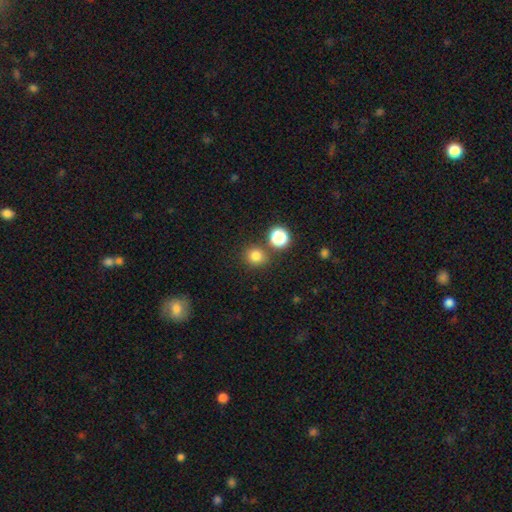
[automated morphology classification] Overall: smooth (79%). How rounded: round (88%). Merging: none (80%).